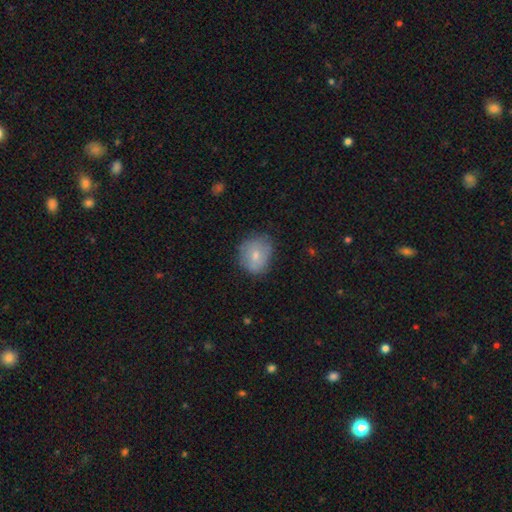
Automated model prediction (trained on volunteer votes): smooth-or-featured: smooth: 72% | featured or disk: 20% | star or artifact: 8%
  how-rounded: round: 68% | in between: 31% | cigar-shaped: 1%
  merging: none: 68% | minor disturbance: 24% | major disturbance: 6% | merger: 1%